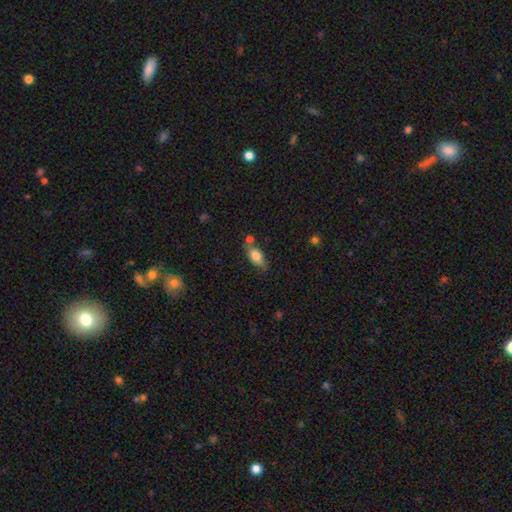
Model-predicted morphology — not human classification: A smooth galaxy with no disk features (77%) that is in between round and cigar-shaped (83%).

Vote fractions:
- Smooth or featured? smooth: 77% / featured or disk: 15% / star or artifact: 8%
- How rounded? in between: 83% / cigar-shaped: 12% / round: 5%
- Merging? none: 61% / minor disturbance: 19% / merger: 14% / major disturbance: 5%